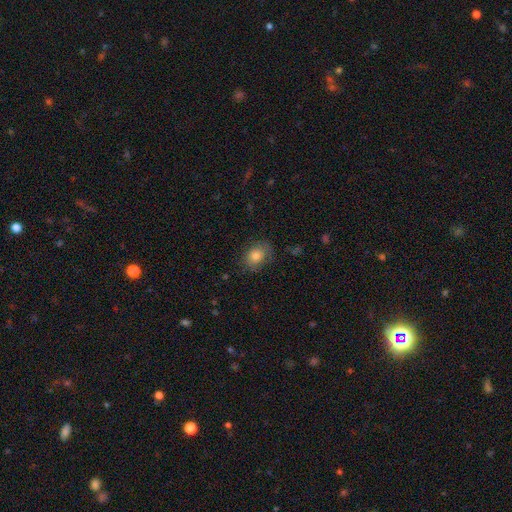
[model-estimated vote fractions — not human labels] The model was most divided on "how rounded": in between: 62%, round: 37%, cigar-shaped: 1%. More confident: smooth or featured — smooth (77%); merging — none (74%).